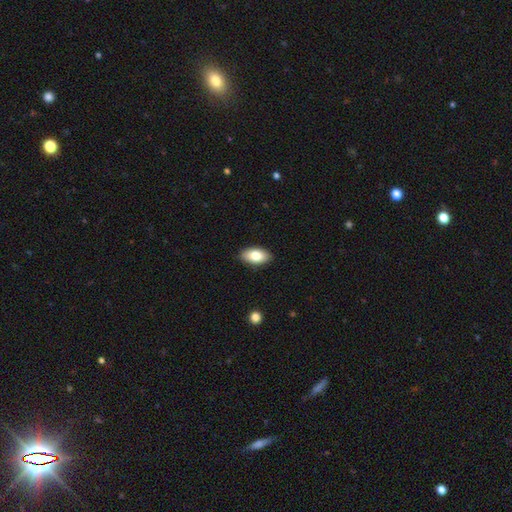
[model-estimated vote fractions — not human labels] This is clearly a smooth galaxy (81%). How rounded: clearly in between (93%). Merging: clearly none (89%).